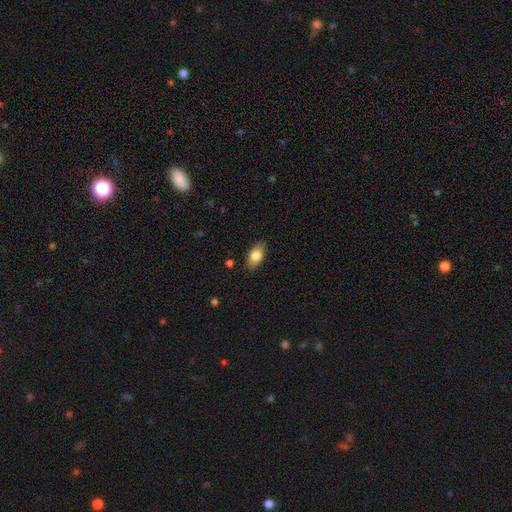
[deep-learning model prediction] Q: Smooth or featured?
A: smooth (79%); runner-up: featured or disk (14%)
Q: How rounded?
A: in between (89%); runner-up: cigar-shaped (6%)
Q: Merging?
A: none (86%); runner-up: minor disturbance (10%)